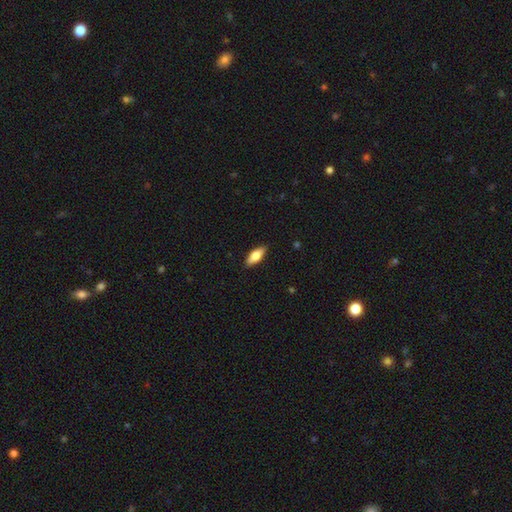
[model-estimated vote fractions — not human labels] Overall: smooth (71%). How rounded: in between (71%). Merging: none (88%).